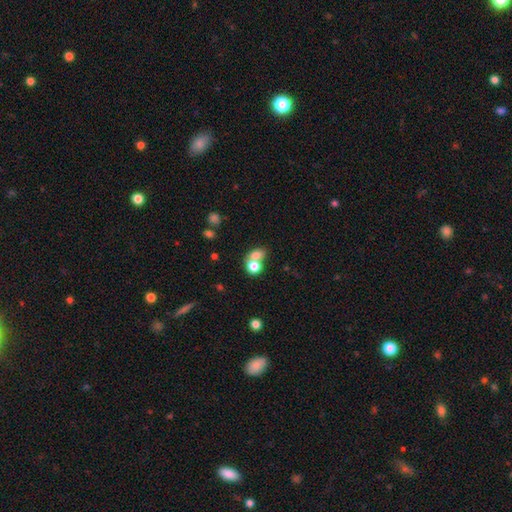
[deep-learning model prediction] smooth 75%, featured or disk 13%, star or artifact 12%. Down the decision tree: how rounded — round (51%); merging — merger (56%).